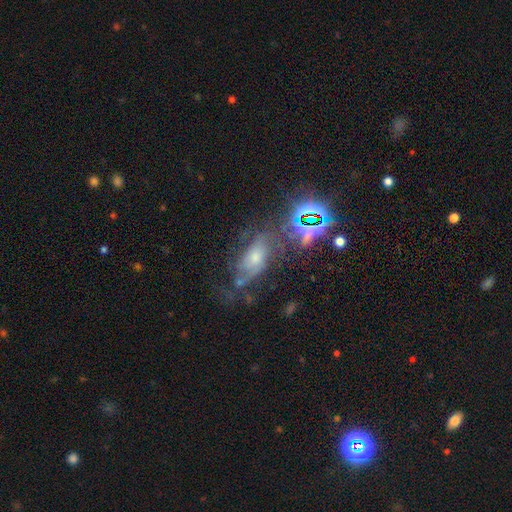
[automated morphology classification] Q: Smooth or featured?
A: featured or disk (51%); runner-up: smooth (26%)
Q: Edge-on disk?
A: no (88%); runner-up: yes (12%)
Q: Merging?
A: none (41%); runner-up: major disturbance (25%)